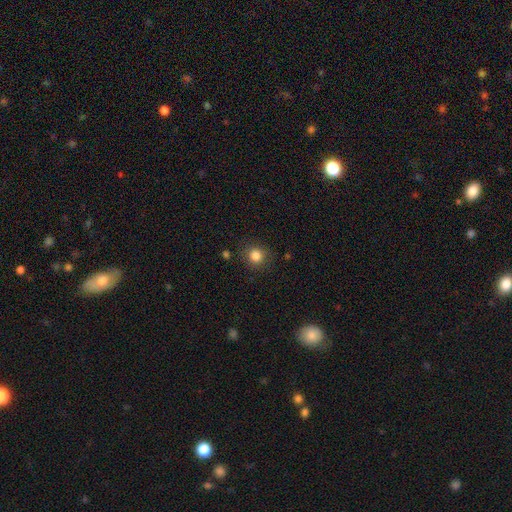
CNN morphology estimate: smooth 83%, star or artifact 11%, featured or disk 6%. Down the decision tree: how rounded — round (87%); merging — none (85%).